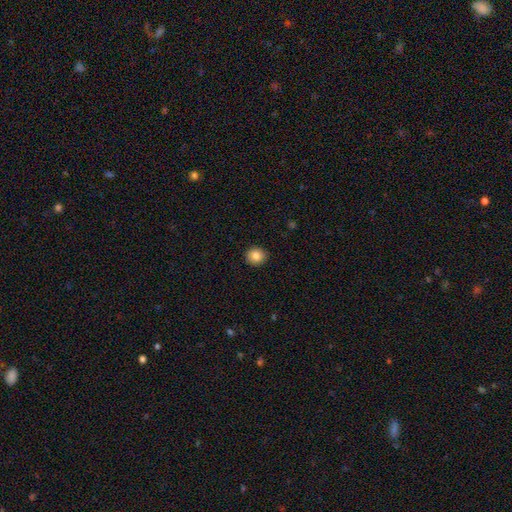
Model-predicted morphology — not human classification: Smooth or featured? smooth (85%)
How rounded? round (86%)
Merging? none (91%)